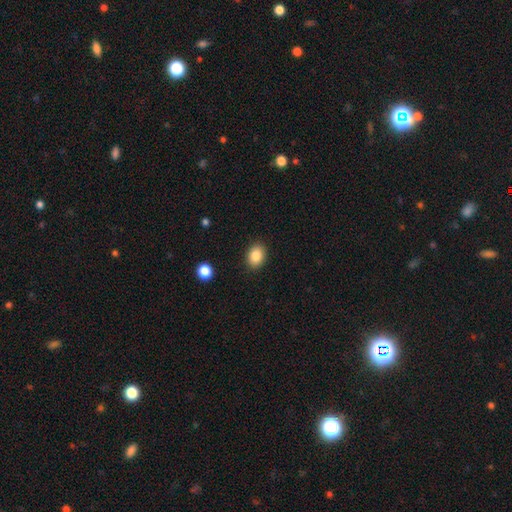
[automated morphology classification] Smooth or featured? Predicted: smooth (p=0.86). How rounded? Predicted: in between (p=0.71). Merging? Predicted: none (p=0.88).